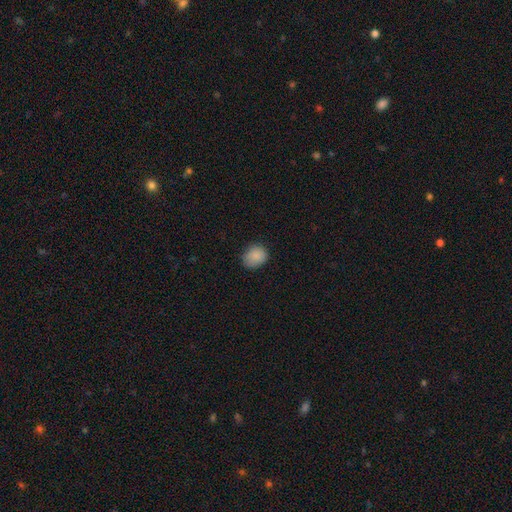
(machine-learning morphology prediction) Smooth or featured?
  - smooth: 87% *
  - star or artifact: 9%
  - featured or disk: 5%
How rounded?
  - round: 62% *
  - in between: 37%
  - cigar-shaped: 1%
Merging?
  - none: 77% *
  - minor disturbance: 19%
  - major disturbance: 3%
  - merger: 1%